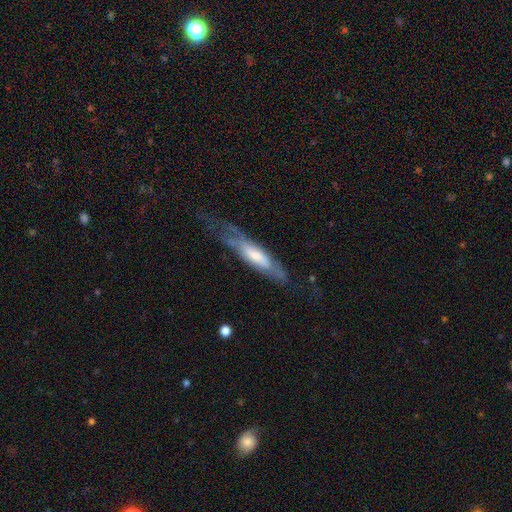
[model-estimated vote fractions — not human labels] Smooth or featured? featured or disk (50%)
Edge-on disk? yes (54%)
Merging? none (47%)